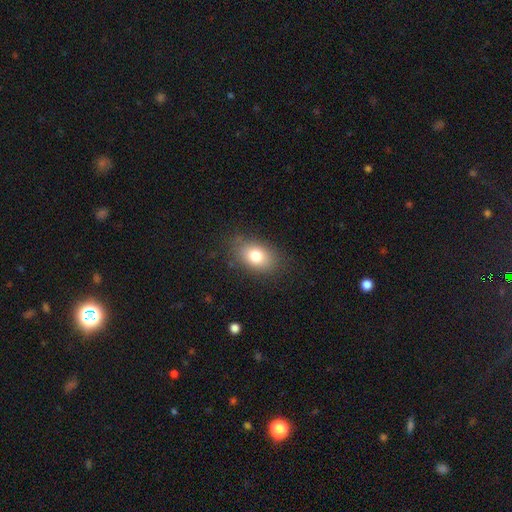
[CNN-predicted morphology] Smooth or featured? smooth (76%)
How rounded? in between (79%)
Merging? none (81%)